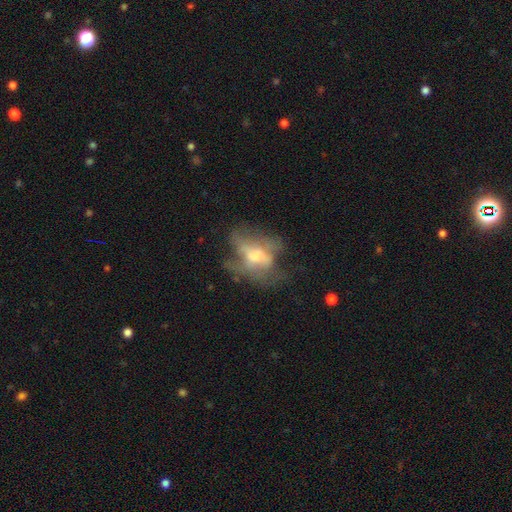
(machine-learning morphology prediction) Smooth or featured? featured or disk (59%)
Edge-on disk? no (91%)
Bar? no (64%)
Spiral arms? no (74%)
Bulge size? moderate (54%)
Merging? major disturbance (39%)